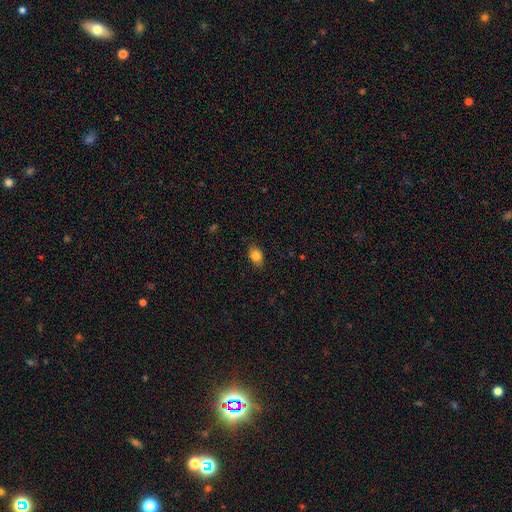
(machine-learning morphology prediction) smooth_or_featured: smooth (p=0.84) [alt: star or artifact p=0.09]
how_rounded: in between (p=0.81) [alt: round p=0.17]
merging: none (p=0.81) [alt: minor disturbance p=0.14]